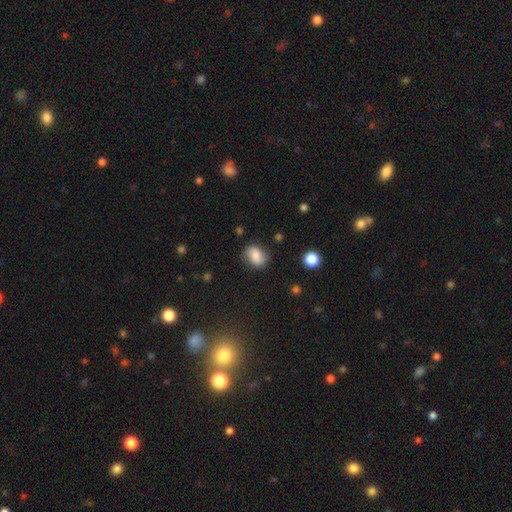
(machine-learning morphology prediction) Smooth or featured? Predicted: smooth (p=0.63). How rounded? Predicted: in between (p=0.62). Merging? Predicted: none (p=0.74).